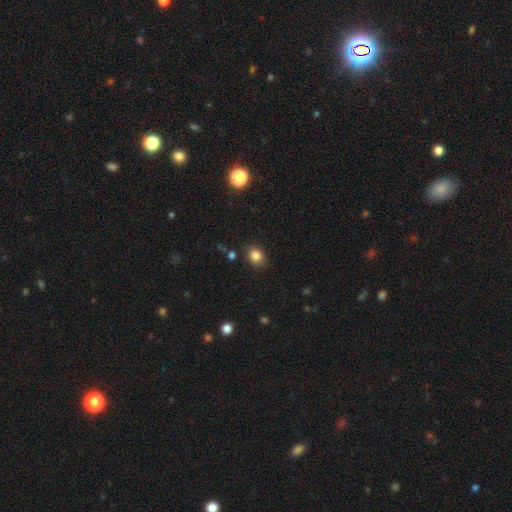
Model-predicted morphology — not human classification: This is clearly a smooth galaxy (84%). How rounded: likely round (67%). Merging: clearly none (88%).